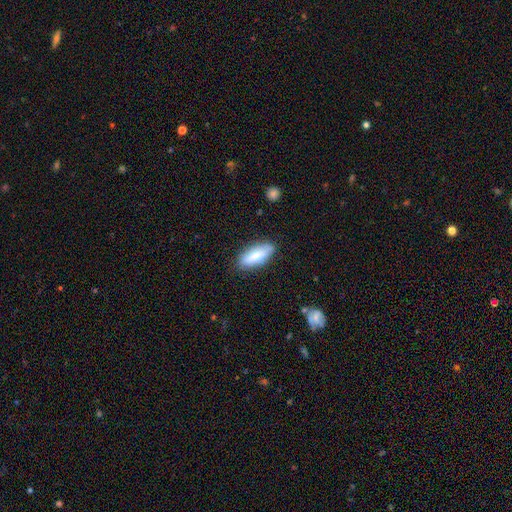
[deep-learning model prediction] Smooth or featured? smooth (73%)
How rounded? in between (70%)
Merging? none (81%)